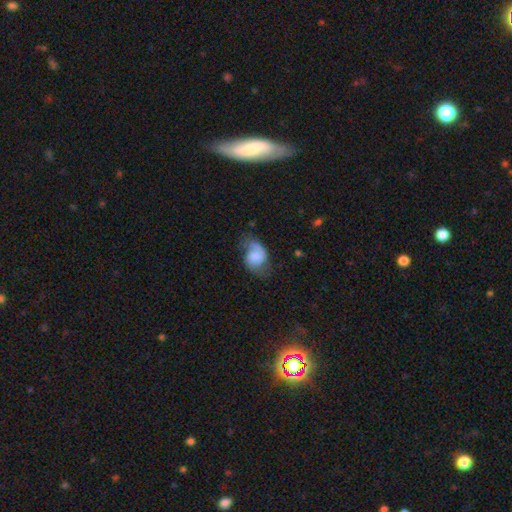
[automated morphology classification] featured or disk 48%, smooth 44%, star or artifact 8%. Down the decision tree: merging — none (43%).